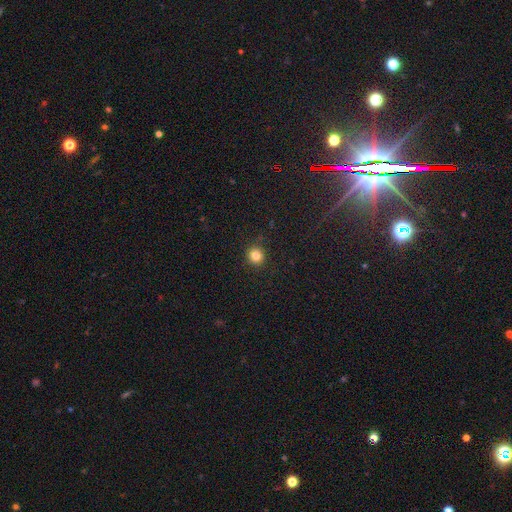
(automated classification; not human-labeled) Smooth or featured? smooth (83%)
How rounded? round (91%)
Merging? none (91%)